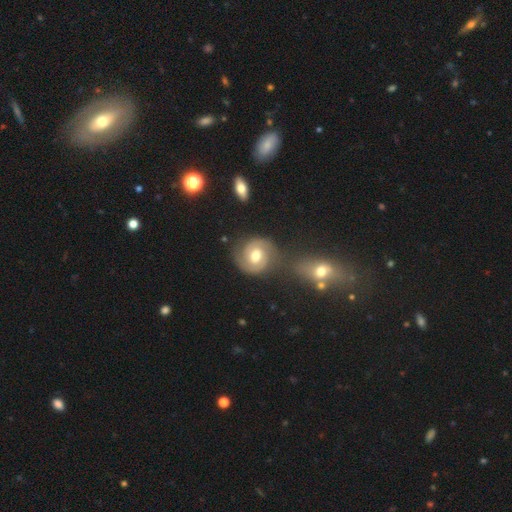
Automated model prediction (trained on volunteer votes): smooth-or-featured: featured or disk: 78% | smooth: 15% | star or artifact: 6%
  disk-edge-on: no: 98% | yes: 2%
    bar: no: 49% | weak: 40% | strong: 11%
    has-spiral-arms: yes: 94% | no: 6%
      spiral-winding: tight: 51% | medium: 40% | loose: 8%
      spiral-arm-count: 2: 91% | can't tell: 4% | 1: 2% | 3: 1% | 4: 1% | more than 4: 1%
    bulge-size: moderate: 77% | large: 14% | small: 7% | dominant: 1% | none: 1%
  merging: none: 71% | minor disturbance: 13% | merger: 11% | major disturbance: 5%